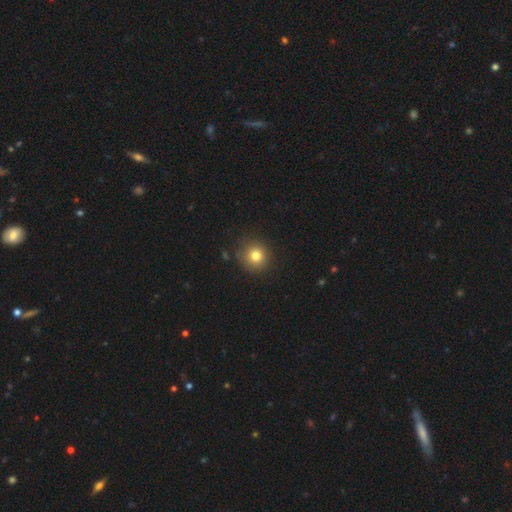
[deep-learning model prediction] The model was most divided on "smooth or featured": smooth: 80%, star or artifact: 12%, featured or disk: 8%. More confident: how rounded — round (93%); merging — none (87%).